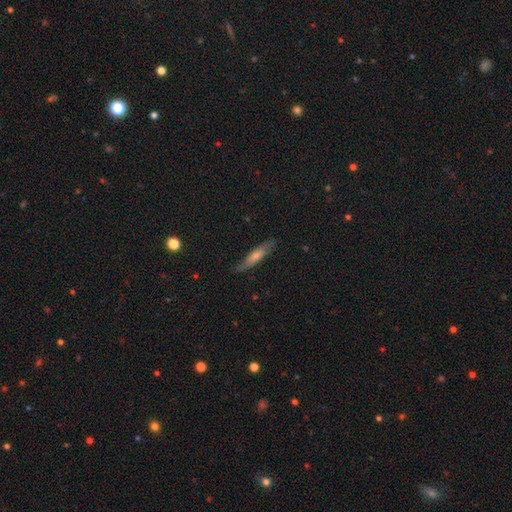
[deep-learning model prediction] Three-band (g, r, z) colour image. It shows a smooth galaxy with no disk features (48%). Merging: none (79%).